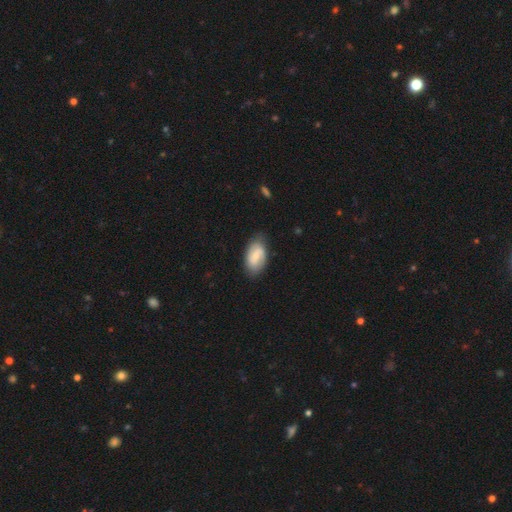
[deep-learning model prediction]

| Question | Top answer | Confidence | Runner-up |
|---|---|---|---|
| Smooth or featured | smooth | 48% | featured or disk (46%) |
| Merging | none | 76% | minor disturbance (18%) |